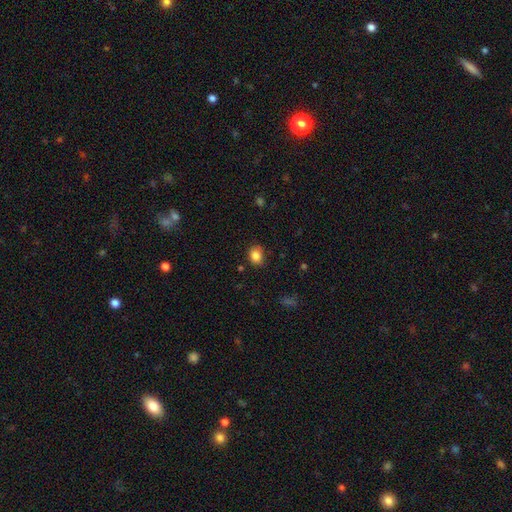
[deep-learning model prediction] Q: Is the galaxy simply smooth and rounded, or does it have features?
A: smooth — 85%.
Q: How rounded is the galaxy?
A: round — 57%.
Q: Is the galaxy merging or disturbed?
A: none — 83%.